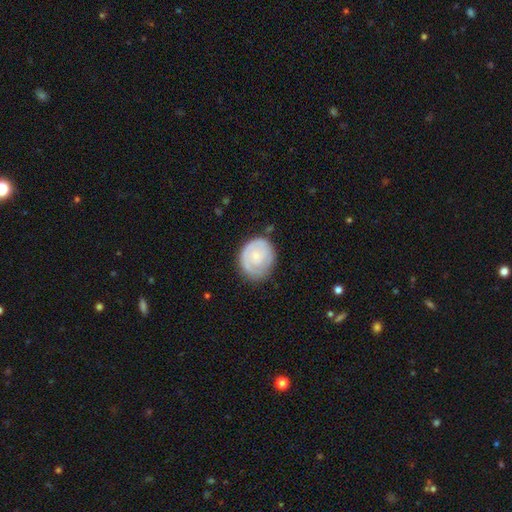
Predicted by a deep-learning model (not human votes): Smooth or featured? Predicted: featured or disk (p=0.47, tied with smooth). Merging? Predicted: none (p=0.67).